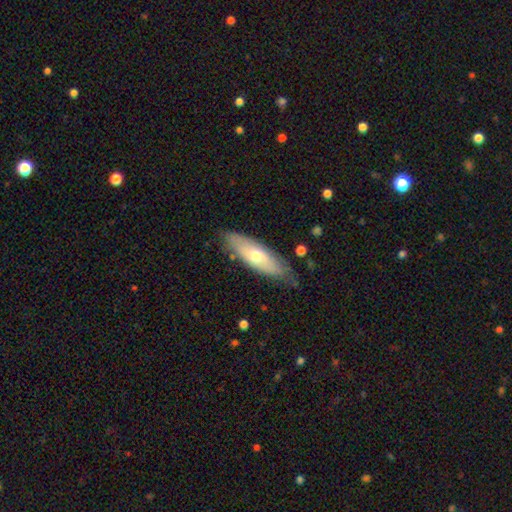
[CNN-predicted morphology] The model was most divided on "how rounded": in between: 51%, cigar-shaped: 46%, round: 2%. More confident: merging — none (76%); smooth or featured — smooth (53%).